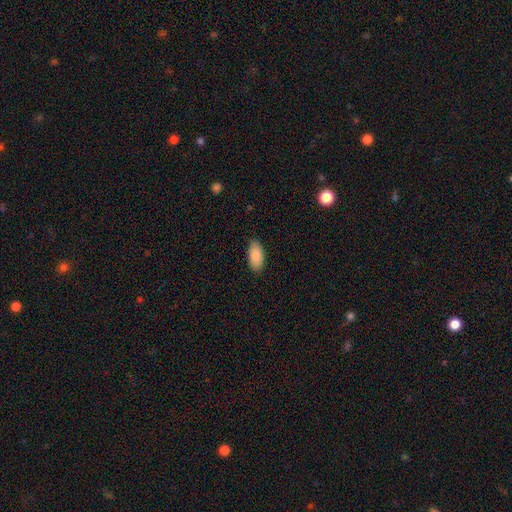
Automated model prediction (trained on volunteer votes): This appears to be a smooth galaxy with no disk features (89%) that is in between round and cigar-shaped (92%). Merging: none (87%).